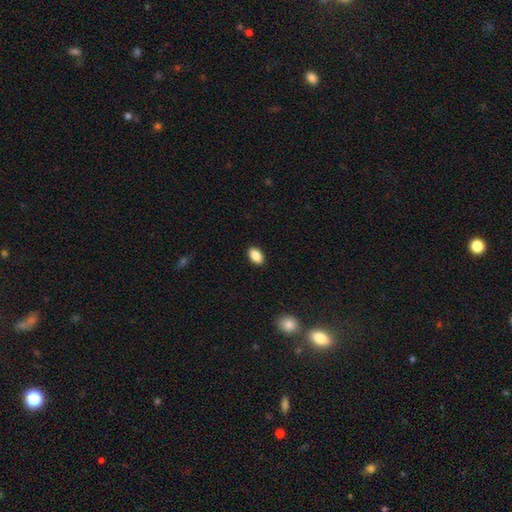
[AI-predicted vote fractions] smooth-or-featured: smooth: 88% | star or artifact: 7% | featured or disk: 5%
  how-rounded: in between: 92% | round: 6% | cigar-shaped: 2%
  merging: none: 90% | minor disturbance: 7% | major disturbance: 2% | merger: 1%